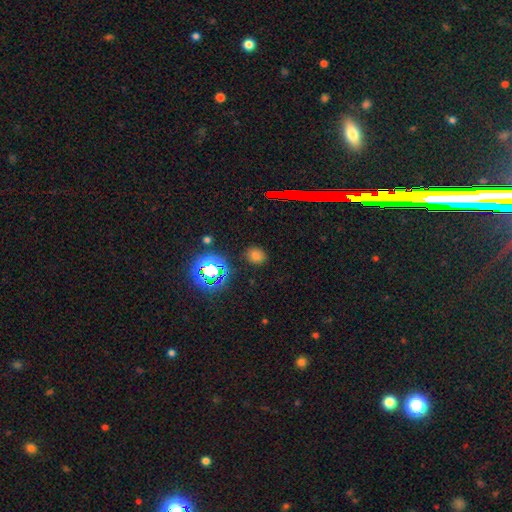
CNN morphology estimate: smooth_or_featured: smooth (p=0.66) [alt: star or artifact p=0.27]
how_rounded: round (p=0.66) [alt: in between p=0.32]
merging: none (p=0.87) [alt: minor disturbance p=0.09]